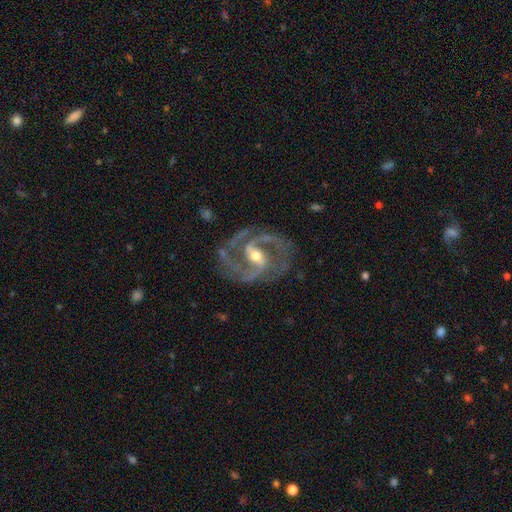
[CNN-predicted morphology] This is clearly a featured or disk galaxy (93%). It is clearly not viewed edge-on (98%). Bar: marginally weak (42%, tied with strong). Spiral arm pattern: clearly yes (98%). Spiral arm count: clearly 2 (84%). Spiral winding: likely medium (65%). Central bulge: likely moderate (63%). Merging: likely none (77%).